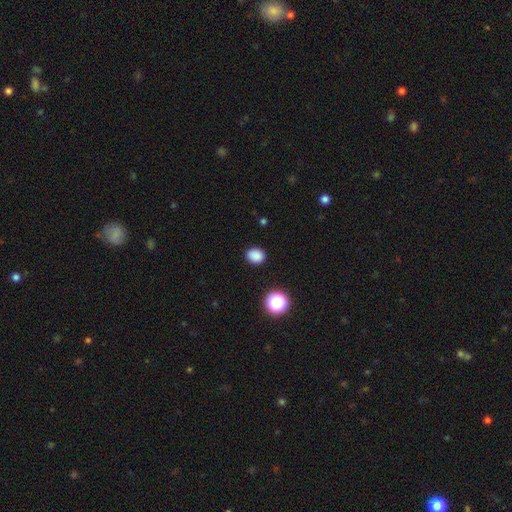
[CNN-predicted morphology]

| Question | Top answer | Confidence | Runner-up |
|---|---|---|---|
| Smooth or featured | smooth | 85% | star or artifact (12%) |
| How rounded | round | 53% | in between (46%) |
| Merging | none | 88% | minor disturbance (8%) |